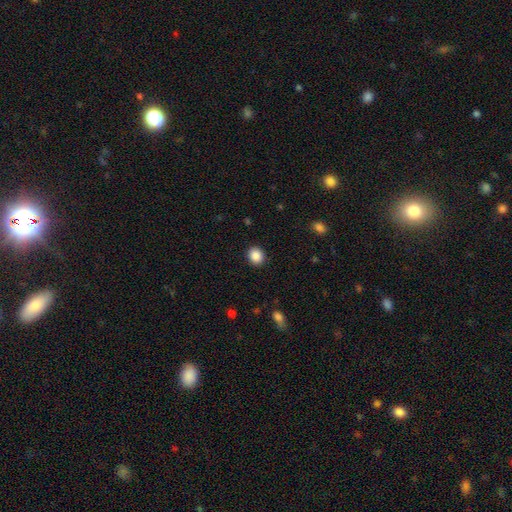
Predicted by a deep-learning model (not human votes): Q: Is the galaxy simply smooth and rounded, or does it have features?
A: smooth — 88%.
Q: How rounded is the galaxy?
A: round — 72%.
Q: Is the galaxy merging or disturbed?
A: none — 91%.